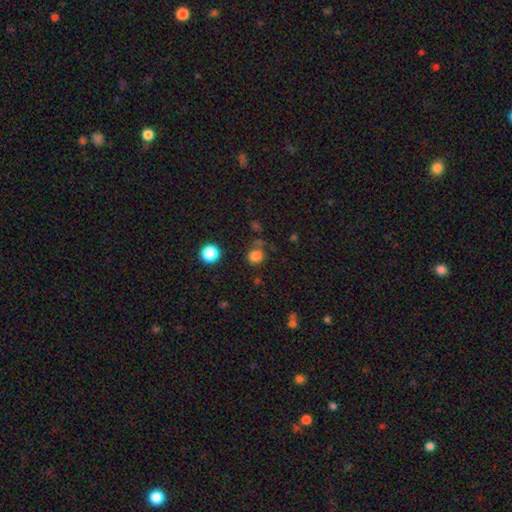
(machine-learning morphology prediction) Q: Smooth or featured?
A: smooth (78%); runner-up: star or artifact (17%)
Q: How rounded?
A: round (82%); runner-up: in between (17%)
Q: Merging?
A: none (73%); runner-up: minor disturbance (13%)